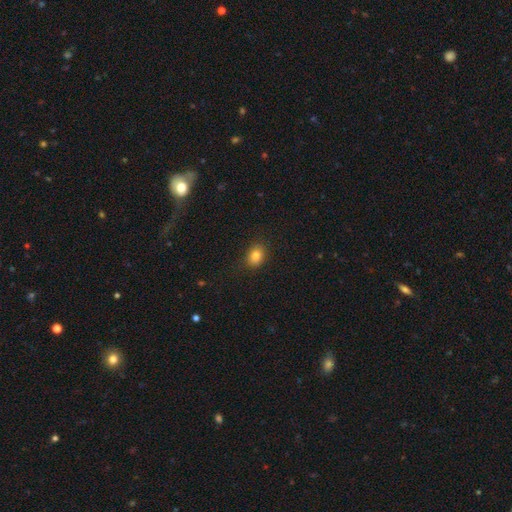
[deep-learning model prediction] smooth_or_featured: smooth (p=0.83) [alt: star or artifact p=0.11]
how_rounded: in between (p=0.60) [alt: round p=0.39]
merging: none (p=0.87) [alt: minor disturbance p=0.10]